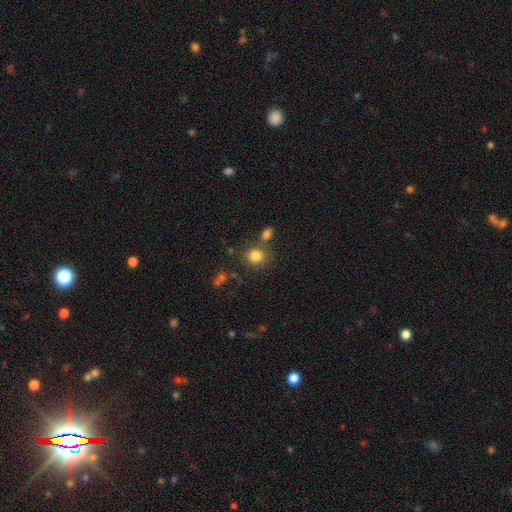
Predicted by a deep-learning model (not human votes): smooth 82%, star or artifact 12%, featured or disk 7%. Down the decision tree: how rounded — round (81%); merging — none (72%).